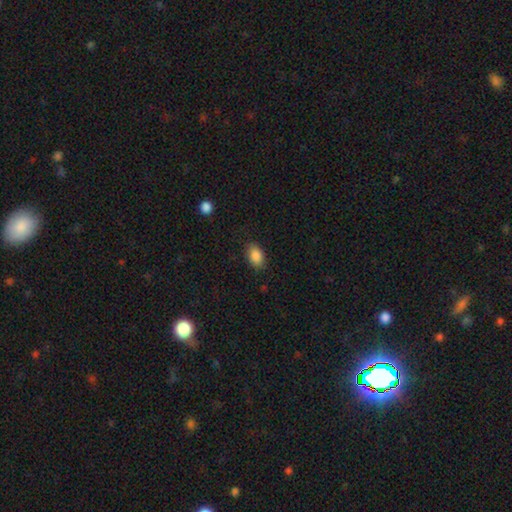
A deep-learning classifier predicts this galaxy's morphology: type=smooth (88%); roundness=in between (88%); merging=none (84%).